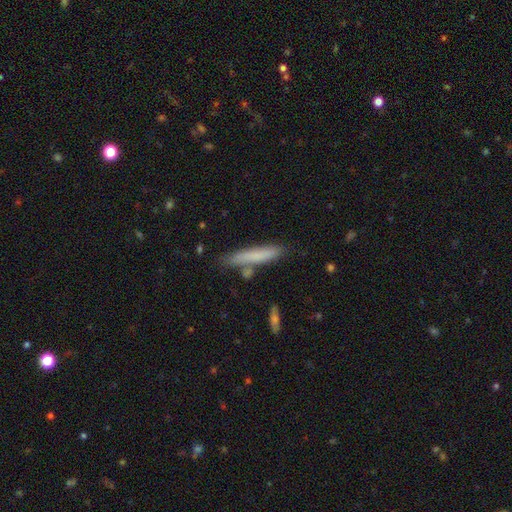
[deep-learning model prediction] A smooth galaxy with no disk features (74%) that is cigar-shaped (91%).

Vote fractions:
- Smooth or featured? smooth: 74% / featured or disk: 19% / star or artifact: 7%
- How rounded? cigar-shaped: 91% / in between: 8% / round: 1%
- Merging? none: 76% / minor disturbance: 16% / merger: 5% / major disturbance: 3%